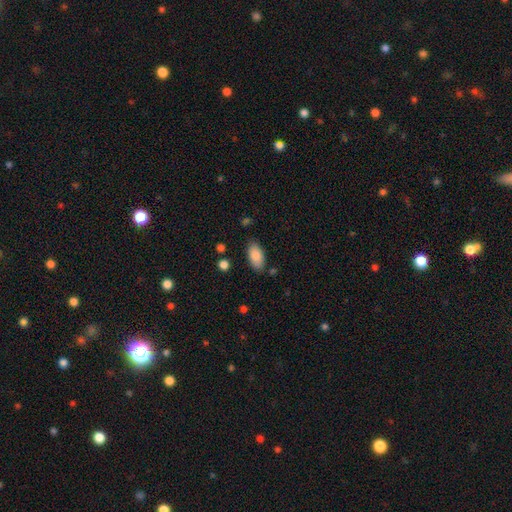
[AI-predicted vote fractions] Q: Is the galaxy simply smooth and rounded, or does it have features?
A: smooth — 87%.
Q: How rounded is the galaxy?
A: in between — 93%.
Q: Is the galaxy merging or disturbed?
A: none — 83%.